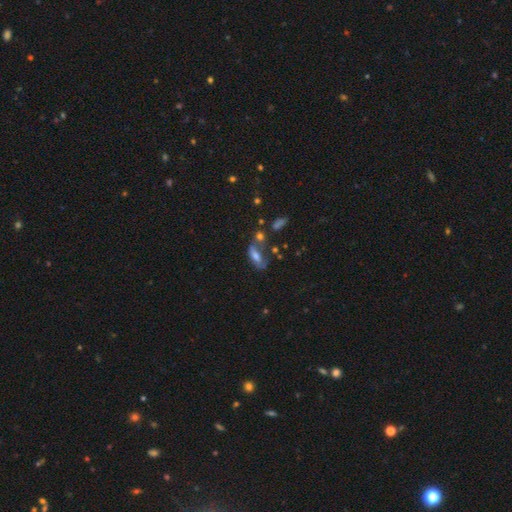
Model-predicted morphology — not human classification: A smooth galaxy with no disk features (53%) that is in between round and cigar-shaped (75%). Merging: none (33%).